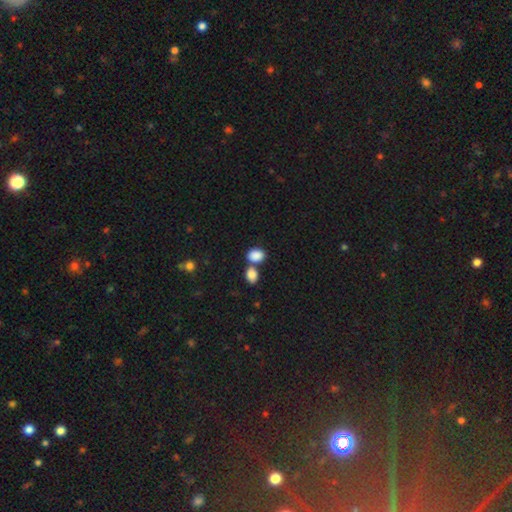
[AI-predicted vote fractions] Overall: smooth (87%). How rounded: in between (73%). Merging: none (45%; merger 42%).